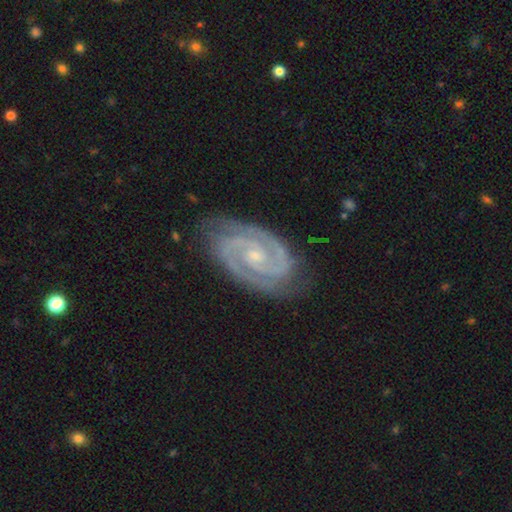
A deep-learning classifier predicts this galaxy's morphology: Smooth or featured: featured or disk — 93% (star or artifact — 4%)
Edge-on disk: no — 98% (yes — 2%)
Bar: no — 57% (weak — 32%)
Spiral arms: yes — 99% (no — 1%)
Spiral winding: tight — 66% (medium — 31%)
Spiral arm count: 2 — 90% (3 — 4%)
Bulge size: small — 65% (moderate — 30%)
Merging: none — 82% (minor disturbance — 14%)